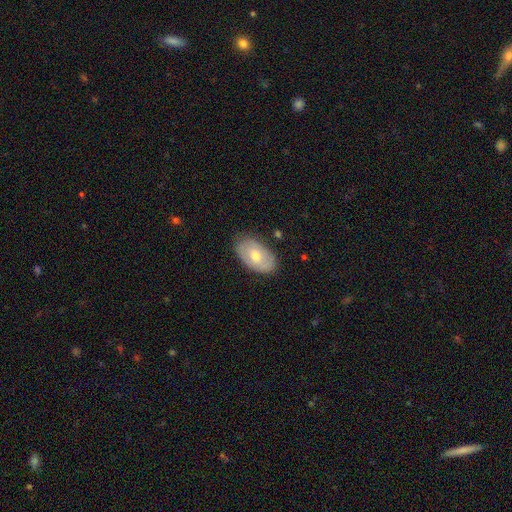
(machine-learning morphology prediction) Smooth or featured: smooth — 54% (featured or disk — 39%)
How rounded: in between — 91% (round — 7%)
Merging: none — 80% (minor disturbance — 16%)